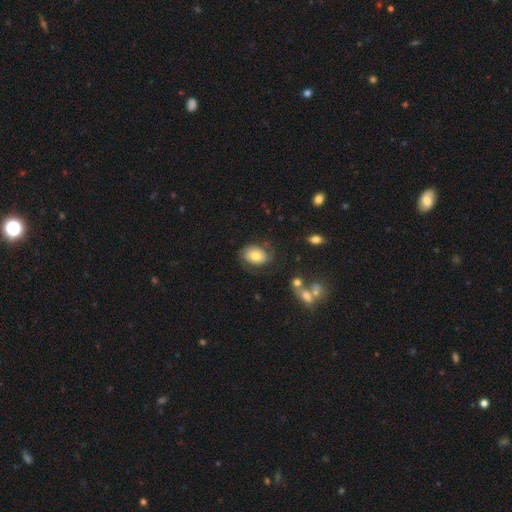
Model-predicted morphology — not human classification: Q: Smooth or featured?
A: smooth (56%); runner-up: featured or disk (35%)
Q: How rounded?
A: in between (74%); runner-up: round (25%)
Q: Merging?
A: none (66%); runner-up: minor disturbance (20%)